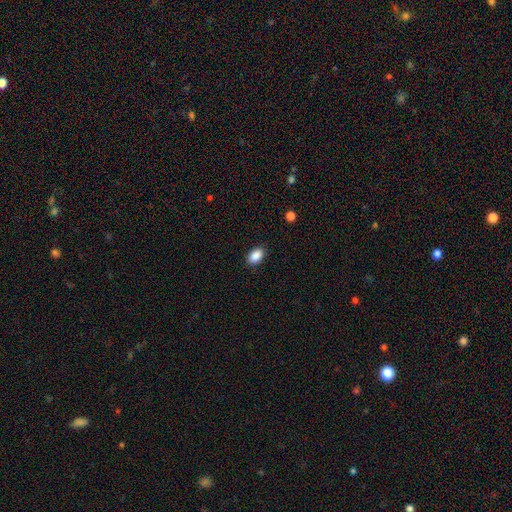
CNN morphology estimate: Smooth or featured?
  - smooth: 89% *
  - star or artifact: 8%
  - featured or disk: 3%
How rounded?
  - in between: 89% *
  - round: 9%
  - cigar-shaped: 1%
Merging?
  - none: 88% *
  - minor disturbance: 9%
  - major disturbance: 2%
  - merger: 1%